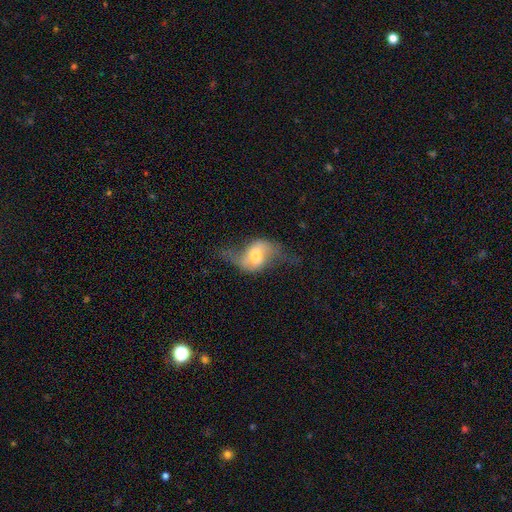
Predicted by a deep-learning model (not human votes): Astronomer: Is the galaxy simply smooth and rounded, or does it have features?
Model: featured or disk — 71%.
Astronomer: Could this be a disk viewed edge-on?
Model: no — 88%.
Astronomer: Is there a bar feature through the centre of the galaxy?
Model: weak — 43% (runner-up: no, 29%).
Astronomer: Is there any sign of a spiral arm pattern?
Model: yes — 80%.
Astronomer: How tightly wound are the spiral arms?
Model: loose — 86%.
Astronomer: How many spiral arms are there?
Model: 2 — 90%.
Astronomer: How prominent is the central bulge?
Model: moderate — 66%.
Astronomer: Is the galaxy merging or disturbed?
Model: none — 51%.